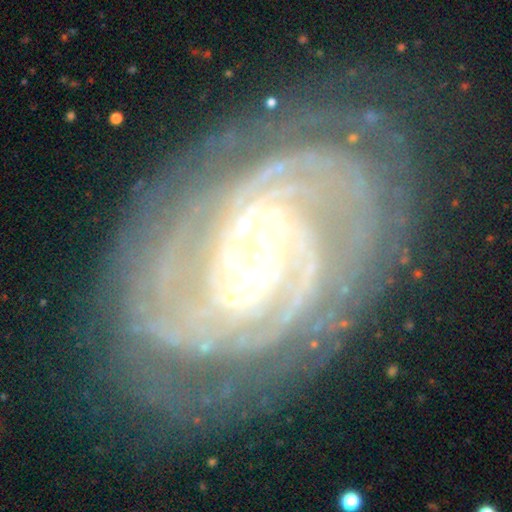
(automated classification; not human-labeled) A featured or disk galaxy (92%) with a strong bar (48%), 2 (33%) tight (63%) spiral arms (98%) and a moderate central bulge (51%).

Vote fractions:
- Smooth or featured? featured or disk: 92% / star or artifact: 5% / smooth: 4%
- Edge-on disk? no: 97% / yes: 3%
- Bar? strong: 48% / weak: 38% / no: 15%
- Spiral arms? yes: 98% / no: 2%
- Spiral winding? tight: 63% / medium: 30% / loose: 7%
- Spiral arm count? 2: 33% / 3: 19% / can't tell: 18% / 4: 13% / more than 4: 9% / 1: 9%
- Bulge size? moderate: 51% / small: 38% / large: 7% / none: 2% / dominant: 1%
- Merging? none: 73% / minor disturbance: 16% / major disturbance: 8% / merger: 2%